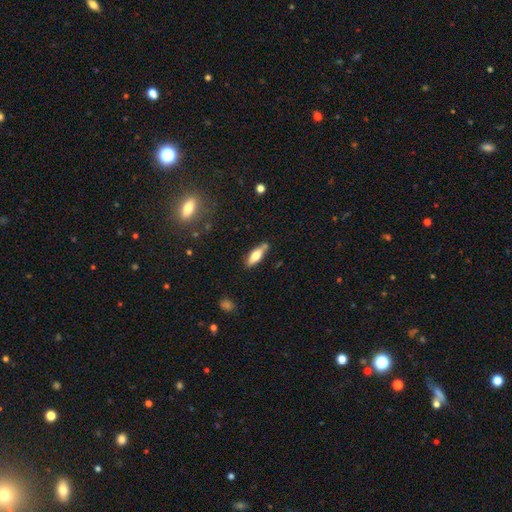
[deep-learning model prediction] Smooth or featured?
  - smooth: 58% *
  - featured or disk: 36%
  - star or artifact: 6%
How rounded?
  - in between: 52% *
  - cigar-shaped: 46%
  - round: 2%
Merging?
  - none: 75% *
  - minor disturbance: 16%
  - merger: 5%
  - major disturbance: 3%